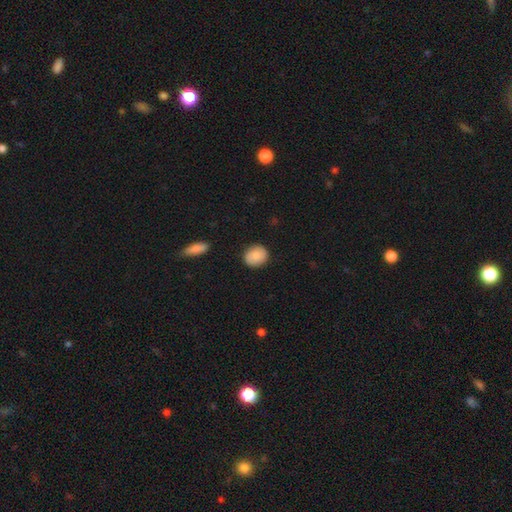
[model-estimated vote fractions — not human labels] A smooth galaxy with no disk features (84%) that is round (70%).

Vote fractions:
- Smooth or featured? smooth: 84% / featured or disk: 9% / star or artifact: 7%
- How rounded? round: 70% / in between: 29% / cigar-shaped: 1%
- Merging? none: 87% / minor disturbance: 10% / major disturbance: 2% / merger: 1%